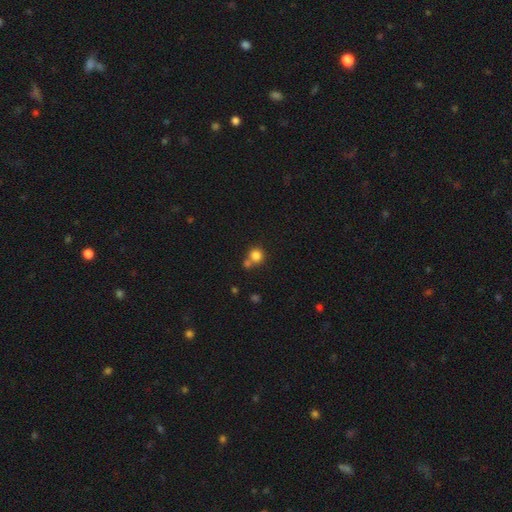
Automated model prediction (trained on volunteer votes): smooth-or-featured: smooth: 81% | star or artifact: 11% | featured or disk: 7%
  how-rounded: round: 87% | in between: 12% | cigar-shaped: 1%
  merging: none: 52% | merger: 34% | minor disturbance: 9% | major disturbance: 4%